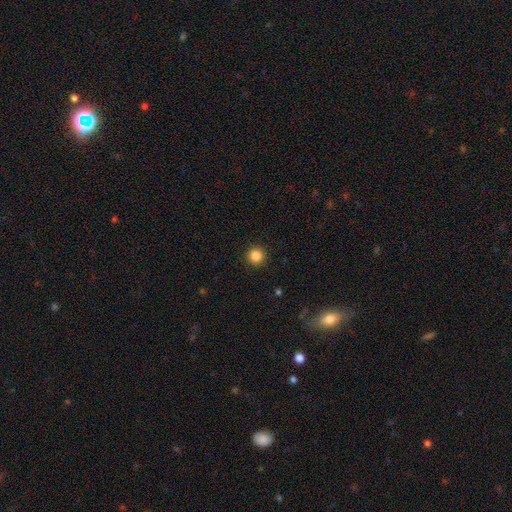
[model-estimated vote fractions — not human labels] The model was most divided on "smooth or featured": smooth: 86%, star or artifact: 11%, featured or disk: 3%. More confident: how rounded — round (96%); merging — none (93%).